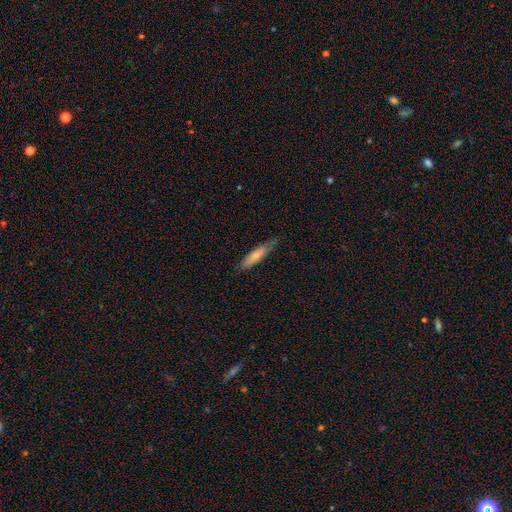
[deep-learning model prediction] Morphology: type=smooth (72%); roundness=cigar-shaped (74%); merging=none (71%).